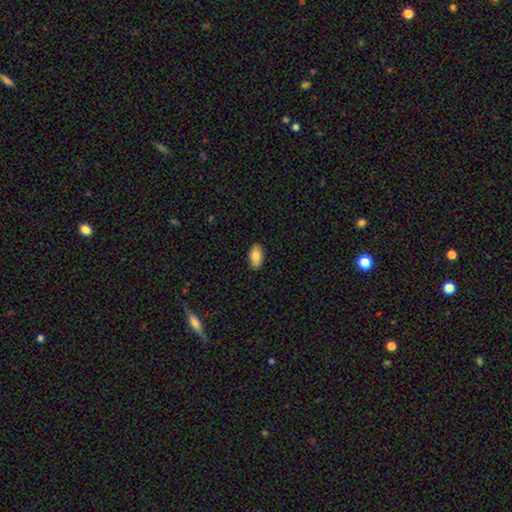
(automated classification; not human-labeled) smooth_or_featured: smooth (p=0.84) [alt: featured or disk p=0.09]
how_rounded: in between (p=0.93) [alt: cigar-shaped p=0.04]
merging: none (p=0.88) [alt: minor disturbance p=0.09]